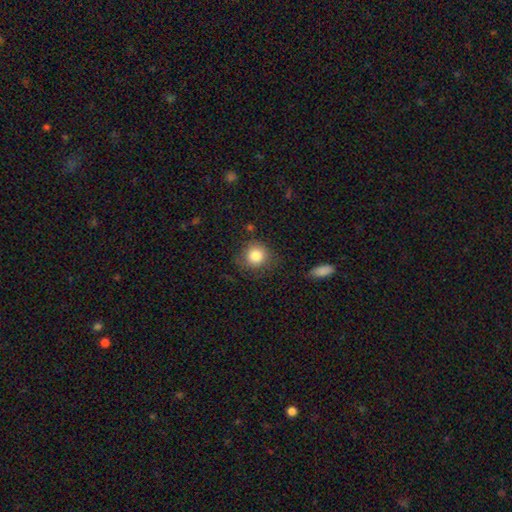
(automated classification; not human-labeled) A smooth galaxy with no disk features (83%) that is round (88%).

Vote fractions:
- Smooth or featured? smooth: 83% / star or artifact: 9% / featured or disk: 7%
- How rounded? round: 88% / in between: 11% / cigar-shaped: 1%
- Merging? none: 76% / minor disturbance: 16% / major disturbance: 5% / merger: 2%